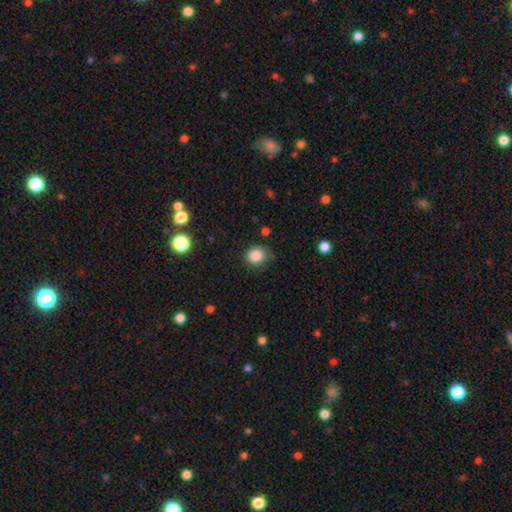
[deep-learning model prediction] Morphology: type=smooth (84%); roundness=round (80%); merging=none (72%).